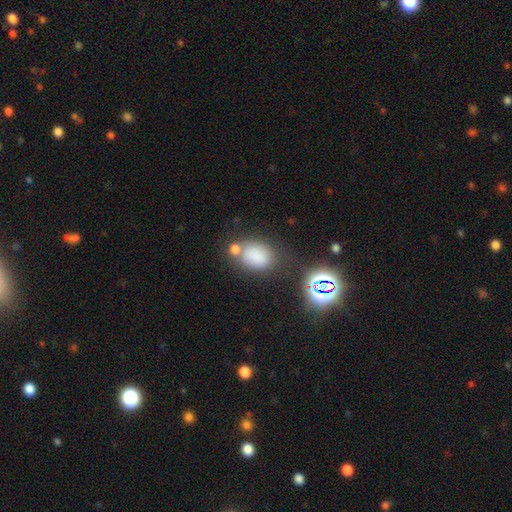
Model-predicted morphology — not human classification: Smooth or featured? Predicted: smooth (p=0.76). How rounded? Predicted: in between (p=0.67). Merging? Predicted: none (p=0.51).